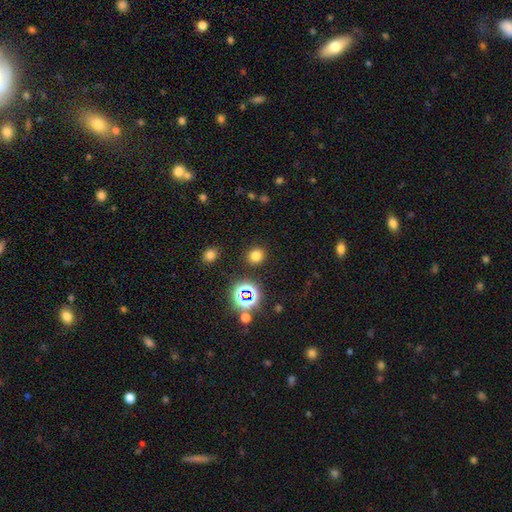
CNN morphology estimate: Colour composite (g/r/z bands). It shows a smooth galaxy with no disk features (73%) that is round (83%). Merging: none (88%).